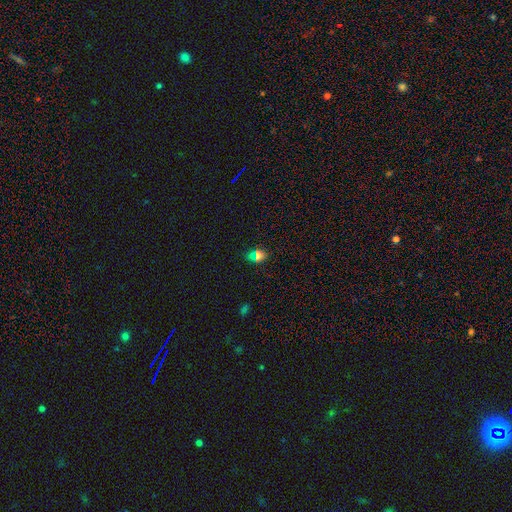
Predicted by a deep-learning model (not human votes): Overall: smooth (66%). How rounded: in between (69%). Merging: none (80%).